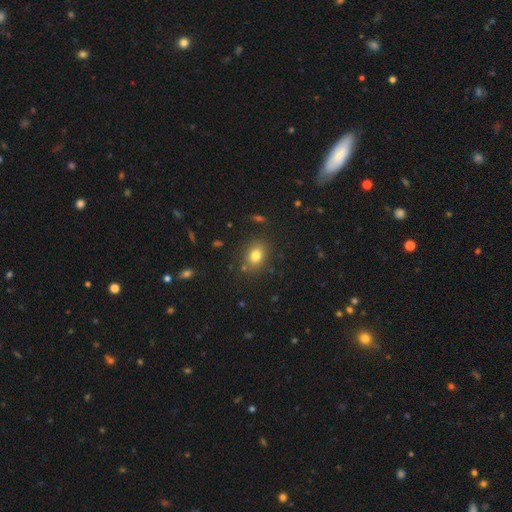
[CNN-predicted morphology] smooth 79%, star or artifact 12%, featured or disk 9%. Down the decision tree: how rounded — in between (57%); merging — none (82%).